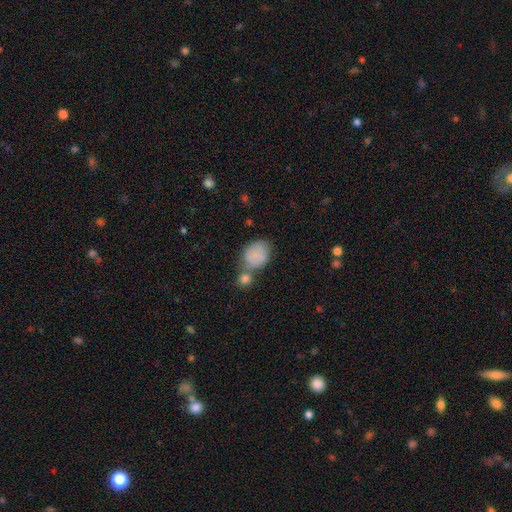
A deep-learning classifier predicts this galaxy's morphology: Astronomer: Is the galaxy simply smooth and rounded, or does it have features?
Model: smooth — 81%.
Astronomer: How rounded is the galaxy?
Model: in between — 52% (runner-up: round, 47%).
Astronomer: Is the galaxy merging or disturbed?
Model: none — 42% (runner-up: merger, 32%).